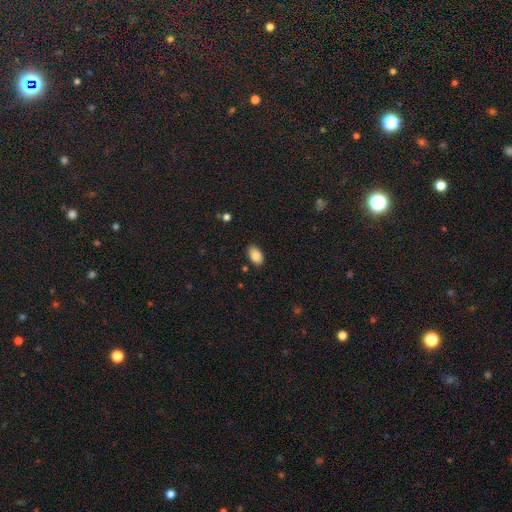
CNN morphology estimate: Smooth or featured?
  - smooth: 87% *
  - star or artifact: 8%
  - featured or disk: 5%
How rounded?
  - in between: 93% *
  - round: 6%
  - cigar-shaped: 2%
Merging?
  - none: 84% *
  - minor disturbance: 12%
  - major disturbance: 2%
  - merger: 1%